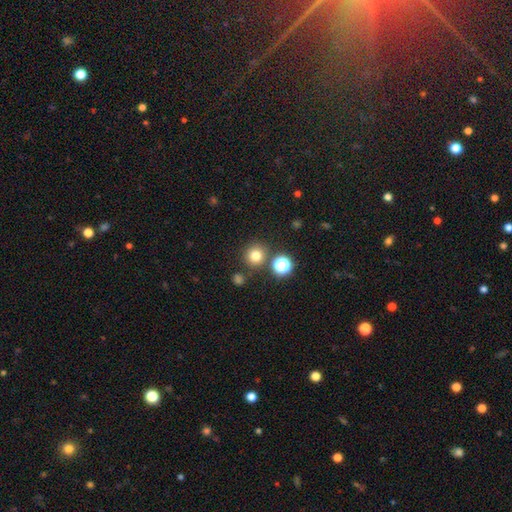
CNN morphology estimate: smooth-or-featured: smooth: 77% | star or artifact: 17% | featured or disk: 7%
  how-rounded: round: 93% | in between: 6% | cigar-shaped: 1%
  merging: none: 82% | merger: 8% | minor disturbance: 7% | major disturbance: 3%